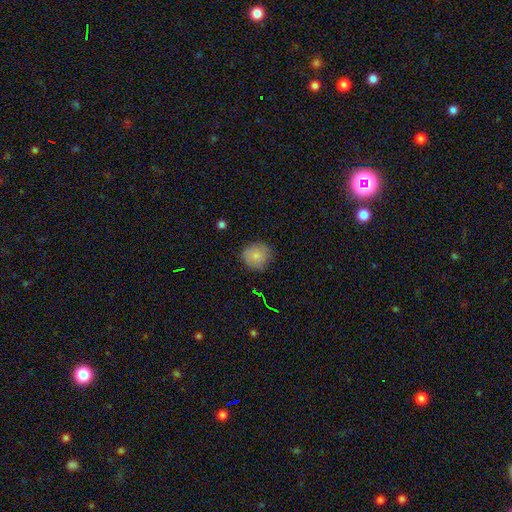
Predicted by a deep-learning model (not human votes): Q: Smooth or featured?
A: smooth (82%); runner-up: star or artifact (10%)
Q: How rounded?
A: round (85%); runner-up: in between (14%)
Q: Merging?
A: none (80%); runner-up: minor disturbance (16%)